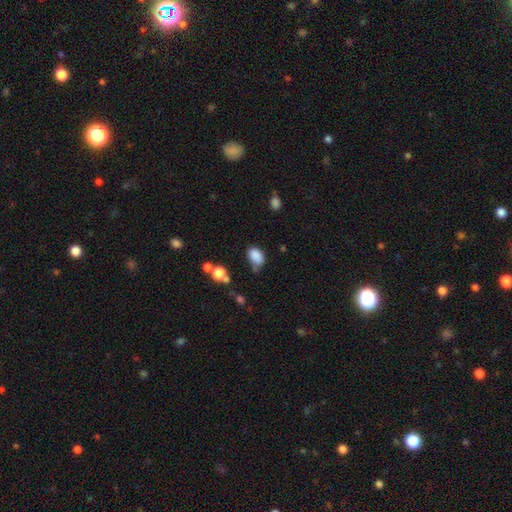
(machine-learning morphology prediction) This is clearly a smooth galaxy (86%). How rounded: clearly in between (85%). Merging: possibly none (55%).